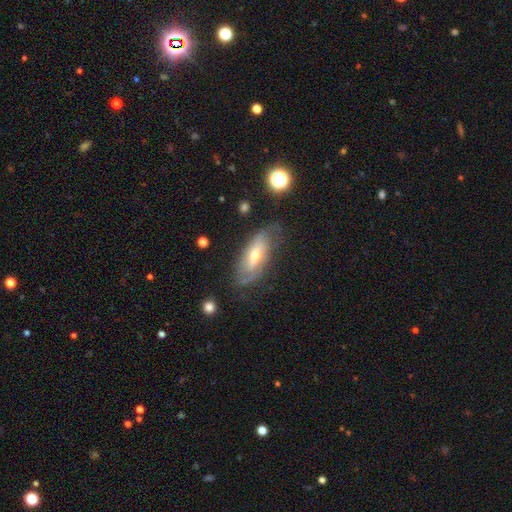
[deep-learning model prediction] This is likely a featured or disk galaxy (64%). It is likely not viewed edge-on (79%). Bar: possibly no (51%). Spiral arm pattern: likely yes (75%). Central bulge: possibly moderate (60%). Merging: likely none (67%).